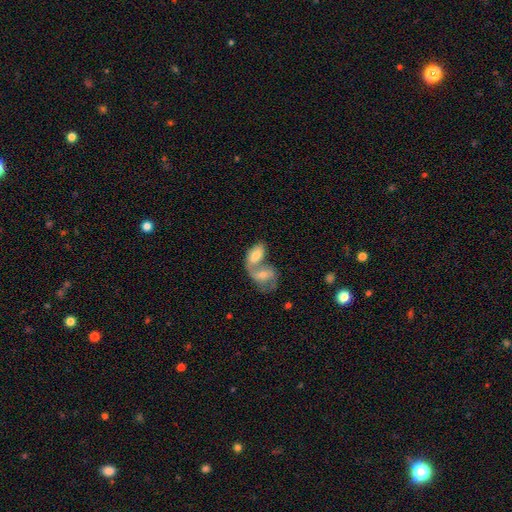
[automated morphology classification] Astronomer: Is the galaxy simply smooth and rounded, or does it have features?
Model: smooth — 53% (runner-up: featured or disk, 40%).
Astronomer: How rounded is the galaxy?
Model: in between — 89%.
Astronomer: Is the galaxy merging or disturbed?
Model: merger — 74%.